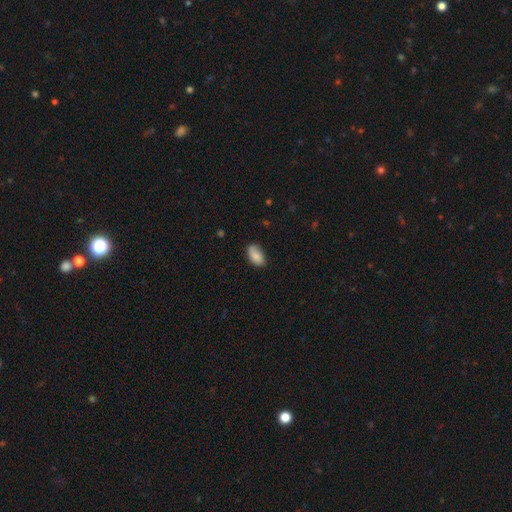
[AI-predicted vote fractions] This appears to be a smooth galaxy with no disk features (84%) that is in between round and cigar-shaped (93%). Merging: none (72%).